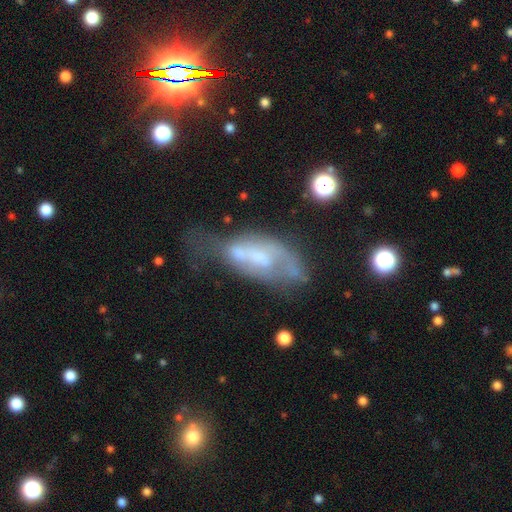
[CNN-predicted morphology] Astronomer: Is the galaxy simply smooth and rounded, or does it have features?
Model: featured or disk — 57%.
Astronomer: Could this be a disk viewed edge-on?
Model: no — 88%.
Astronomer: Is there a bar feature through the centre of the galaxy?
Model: no — 61%.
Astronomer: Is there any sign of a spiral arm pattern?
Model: no — 59% (runner-up: yes, 41%).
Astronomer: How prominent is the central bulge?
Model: small — 31% (runner-up: moderate, 30%).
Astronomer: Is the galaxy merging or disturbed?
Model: major disturbance — 32% (runner-up: none, 28%).